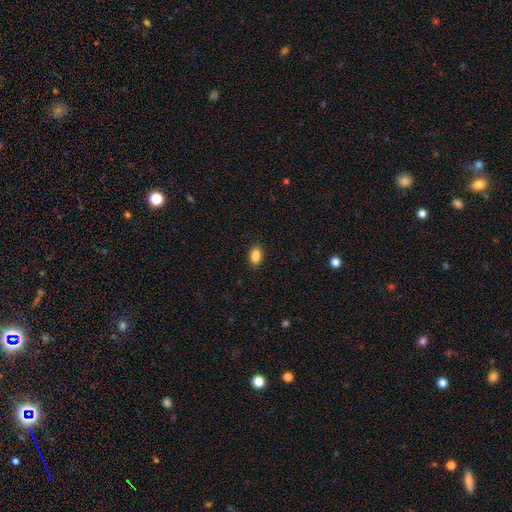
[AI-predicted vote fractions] smooth-or-featured: smooth: 87% | star or artifact: 8% | featured or disk: 4%
  how-rounded: in between: 88% | round: 10% | cigar-shaped: 2%
  merging: none: 89% | minor disturbance: 8% | major disturbance: 2% | merger: 1%